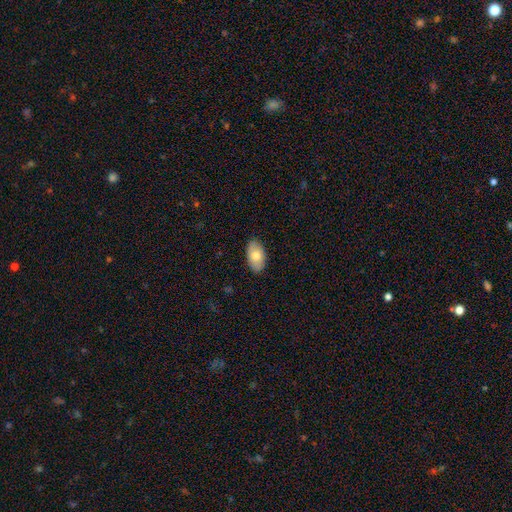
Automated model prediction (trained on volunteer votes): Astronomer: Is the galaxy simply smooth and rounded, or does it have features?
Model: smooth — 75%.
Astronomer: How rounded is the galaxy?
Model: in between — 94%.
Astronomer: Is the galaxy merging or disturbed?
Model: none — 87%.